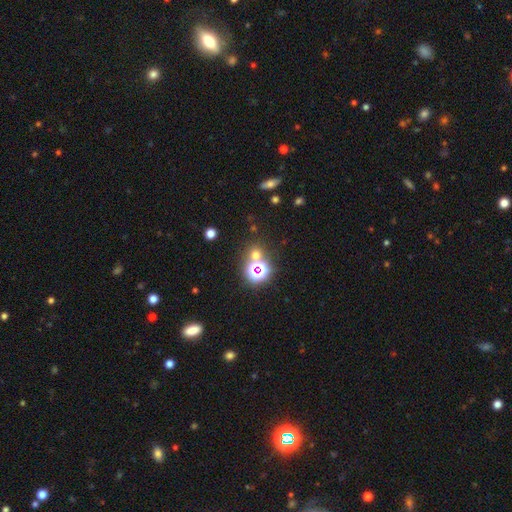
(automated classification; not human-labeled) This appears to be a smooth galaxy with no disk features (50%). Merging: none (72%).